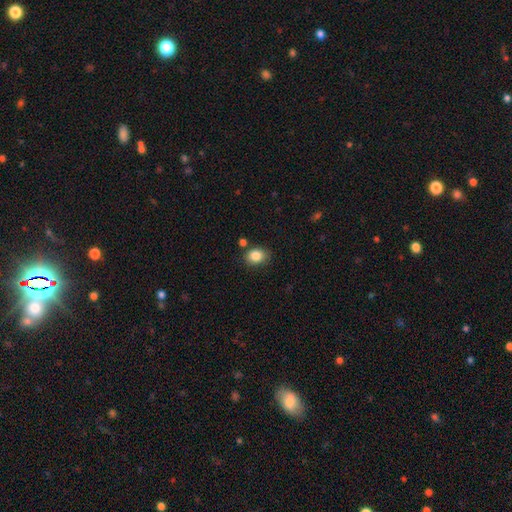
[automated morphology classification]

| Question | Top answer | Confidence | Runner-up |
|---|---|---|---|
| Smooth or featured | smooth | 85% | star or artifact (9%) |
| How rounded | in between | 61% | round (38%) |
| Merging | none | 80% | minor disturbance (12%) |